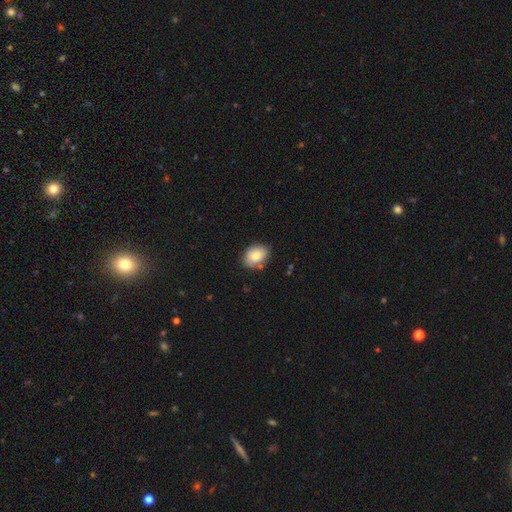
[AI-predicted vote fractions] Smooth or featured? Predicted: smooth (p=0.80). How rounded? Predicted: in between (p=0.77). Merging? Predicted: none (p=0.77).